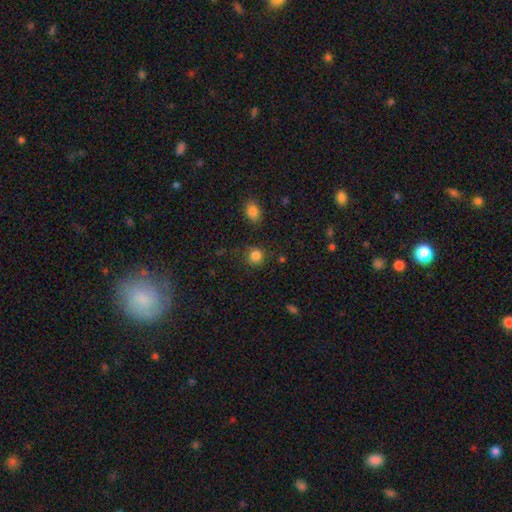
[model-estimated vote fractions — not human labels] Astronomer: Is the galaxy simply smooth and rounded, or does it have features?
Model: smooth — 84%.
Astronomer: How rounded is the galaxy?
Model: round — 88%.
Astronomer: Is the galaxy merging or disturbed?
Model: none — 83%.